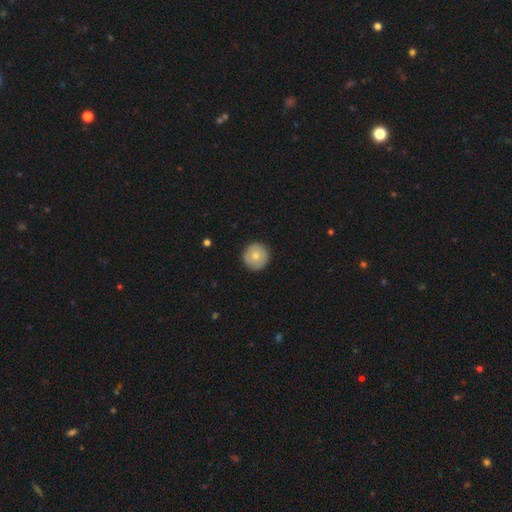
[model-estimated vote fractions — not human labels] A smooth galaxy with no disk features (72%) that is round (96%). Merging: none (91%).